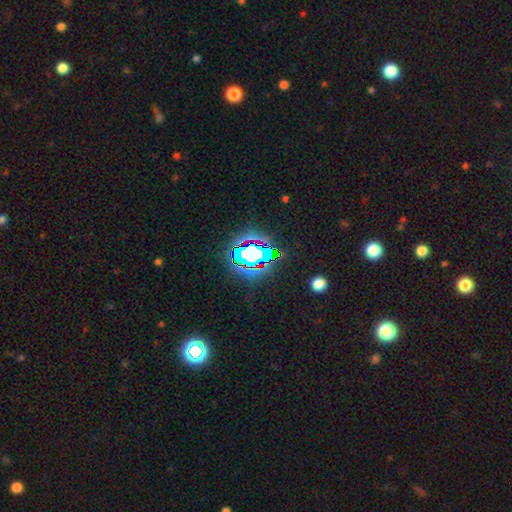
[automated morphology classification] Overall: star or artifact (76%).